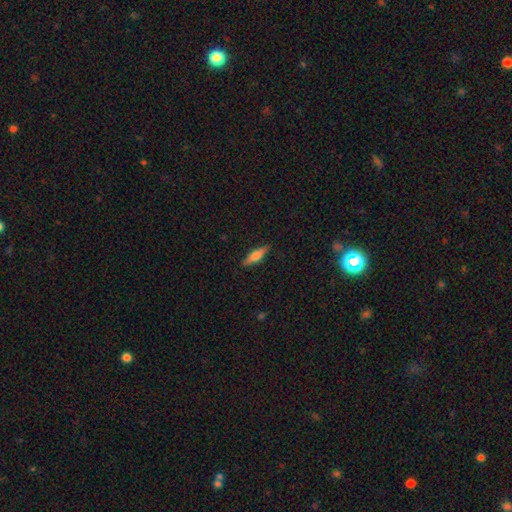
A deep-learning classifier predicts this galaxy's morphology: Q: Smooth or featured?
A: smooth (57%); runner-up: featured or disk (37%)
Q: How rounded?
A: cigar-shaped (67%); runner-up: in between (31%)
Q: Merging?
A: none (88%); runner-up: minor disturbance (9%)